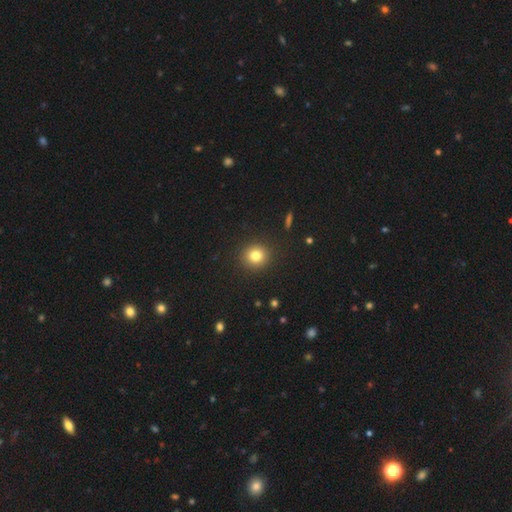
smooth-or-featured: smooth: 82% | star or artifact: 10% | featured or disk: 8%
  how-rounded: round: 94% | in between: 6% | cigar-shaped: 0%
  merging: none: 100% | minor disturbance: 0% | major disturbance: 0% | merger: 0%